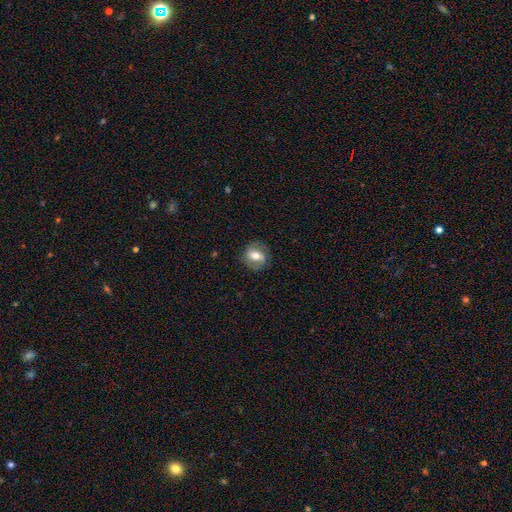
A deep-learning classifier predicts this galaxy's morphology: Smooth or featured: smooth — 47% (featured or disk — 45%)
Merging: none — 80% (minor disturbance — 14%)